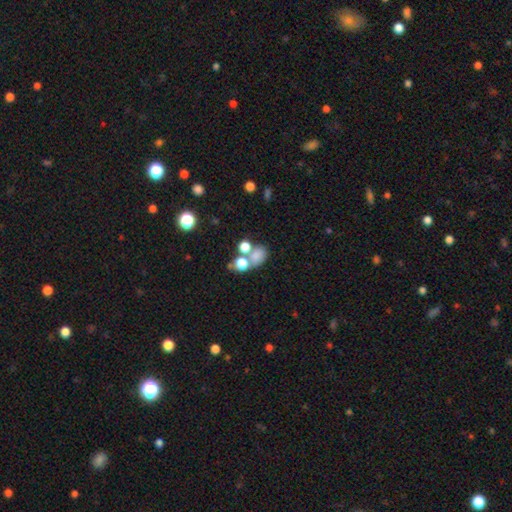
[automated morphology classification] smooth_or_featured: smooth (p=0.72) [alt: star or artifact p=0.15]
how_rounded: in between (p=0.56) [alt: round p=0.43]
merging: merger (p=0.44) [alt: none p=0.37]